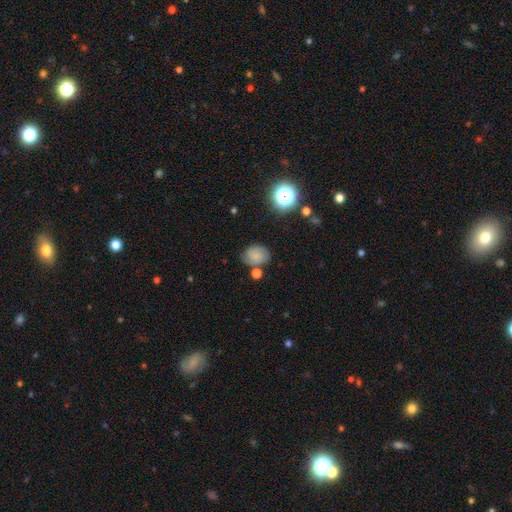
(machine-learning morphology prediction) This is possibly a smooth galaxy (55%). How rounded: possibly in between (52%). Merging: likely none (66%).